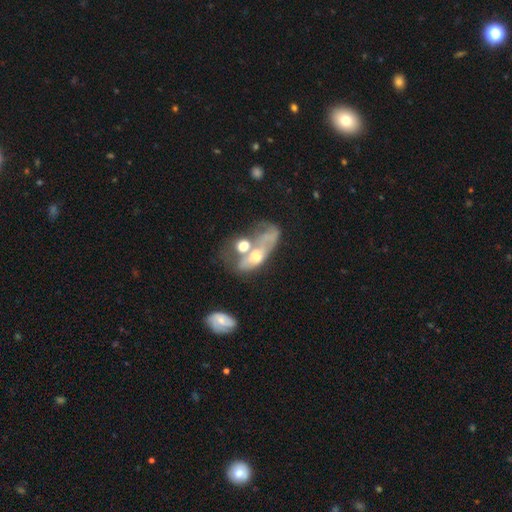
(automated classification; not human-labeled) Q: Smooth or featured?
A: featured or disk (50%); runner-up: smooth (38%)
Q: Edge-on disk?
A: no (85%); runner-up: yes (15%)
Q: Merging?
A: merger (50%); runner-up: major disturbance (24%)